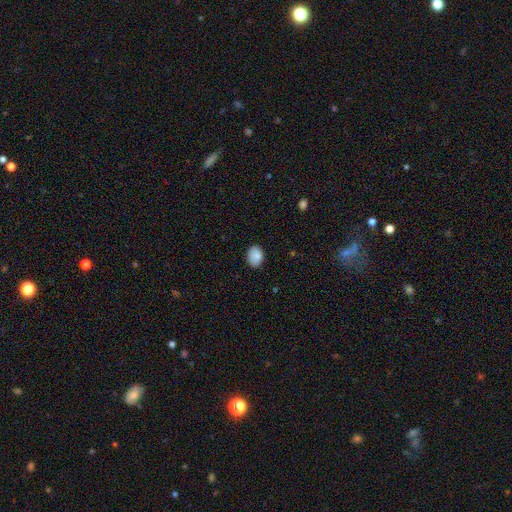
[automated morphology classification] Smooth or featured?
  - smooth: 87% *
  - star or artifact: 8%
  - featured or disk: 5%
How rounded?
  - in between: 74% *
  - round: 25%
  - cigar-shaped: 1%
Merging?
  - none: 83% *
  - minor disturbance: 13%
  - major disturbance: 2%
  - merger: 1%